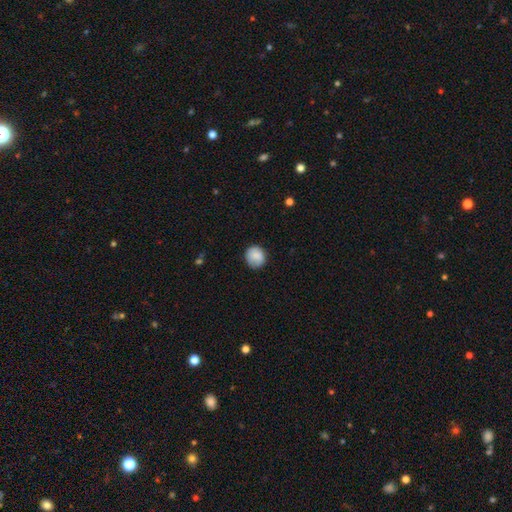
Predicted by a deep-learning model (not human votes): This is clearly a smooth galaxy (87%). How rounded: clearly round (85%). Merging: clearly none (82%).